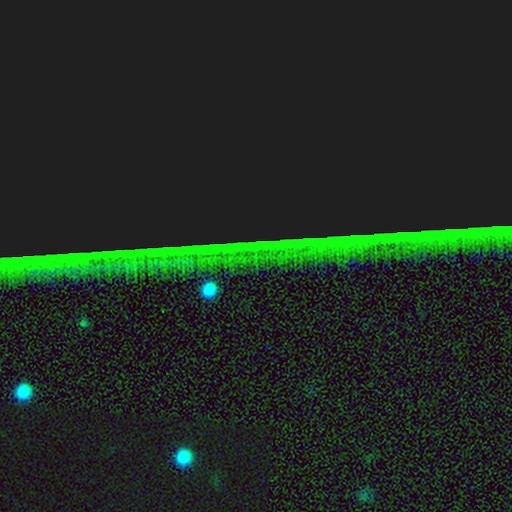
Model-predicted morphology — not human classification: A star or artifact, not a galaxy (87%).

Vote fractions:
- Smooth or featured? star or artifact: 87% / featured or disk: 7% / smooth: 6%